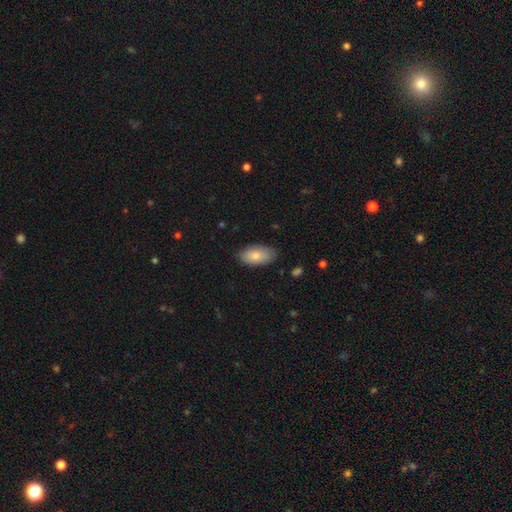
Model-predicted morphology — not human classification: type=smooth (81%); roundness=in between (94%); merging=none (81%).